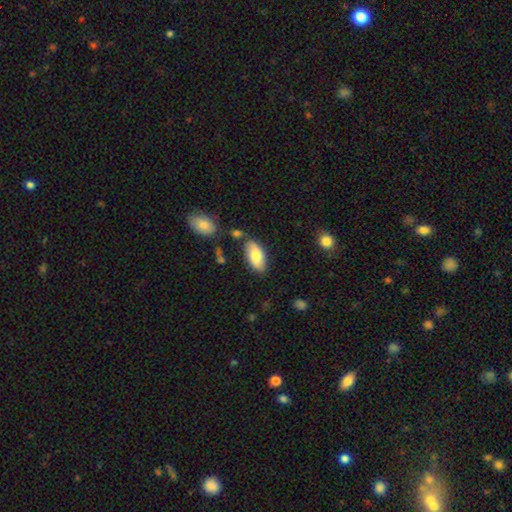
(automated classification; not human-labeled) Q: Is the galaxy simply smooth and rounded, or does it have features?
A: smooth — 77%.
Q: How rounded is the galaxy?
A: in between — 93%.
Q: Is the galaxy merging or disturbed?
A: none — 77%.